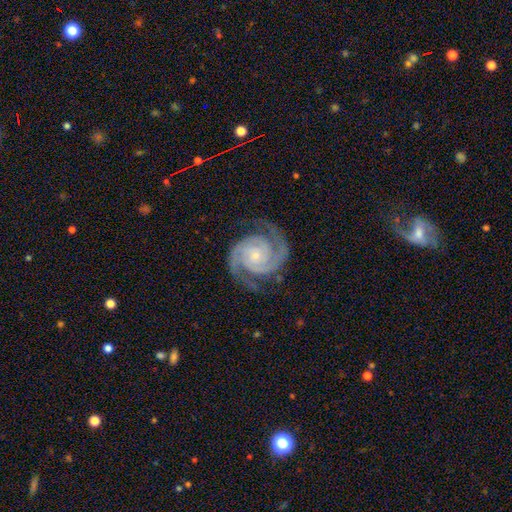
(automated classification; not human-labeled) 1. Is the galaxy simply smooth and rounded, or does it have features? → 94% featured or disk, 4% star or artifact, 2% smooth.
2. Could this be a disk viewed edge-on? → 98% no, 2% yes.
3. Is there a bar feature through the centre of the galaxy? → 72% no, 20% weak, 8% strong.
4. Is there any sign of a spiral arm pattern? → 99% yes, 1% no.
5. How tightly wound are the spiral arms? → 57% tight, 39% medium, 4% loose.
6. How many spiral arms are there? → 90% 2, 4% 3, 2% can't tell, 1% 4, 1% 1, 1% more than 4.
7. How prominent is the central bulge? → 74% small, 21% moderate, 3% none, 2% large, 1% dominant.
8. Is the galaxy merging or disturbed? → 82% none, 12% minor disturbance, 4% major disturbance, 1% merger.